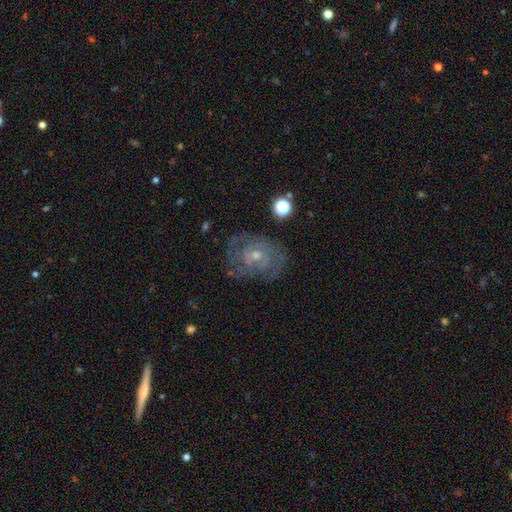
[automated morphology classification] Smooth or featured?
  - featured or disk: 74% *
  - smooth: 17%
  - star or artifact: 9%
Edge-on disk?
  - no: 97% *
  - yes: 3%
Bar?
  - no: 68% *
  - weak: 27%
  - strong: 5%
Spiral arms?
  - yes: 80% *
  - no: 20%
Spiral winding?
  - tight: 59% *
  - medium: 32%
  - loose: 10%
Spiral arm count?
  - can't tell: 46% *
  - 2: 30%
  - 3: 11%
  - 1: 5%
  - 4: 5%
  - more than 4: 4%
Bulge size?
  - small: 55% *
  - moderate: 40%
  - none: 2%
  - large: 2%
  - dominant: 1%
Merging?
  - none: 68% *
  - minor disturbance: 19%
  - major disturbance: 12%
  - merger: 2%